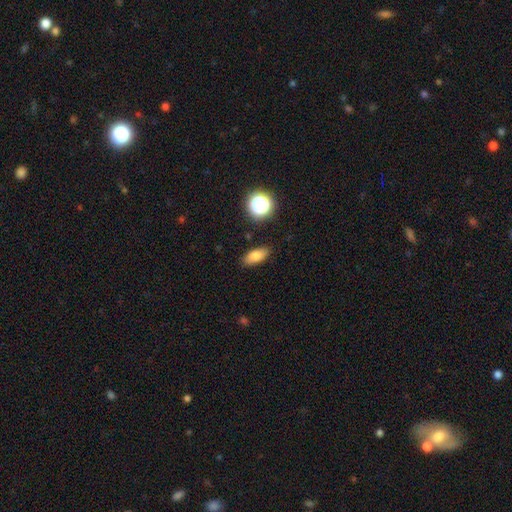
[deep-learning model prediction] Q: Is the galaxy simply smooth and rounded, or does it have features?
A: smooth — 80%.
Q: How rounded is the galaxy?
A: in between — 81%.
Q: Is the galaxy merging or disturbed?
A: none — 86%.